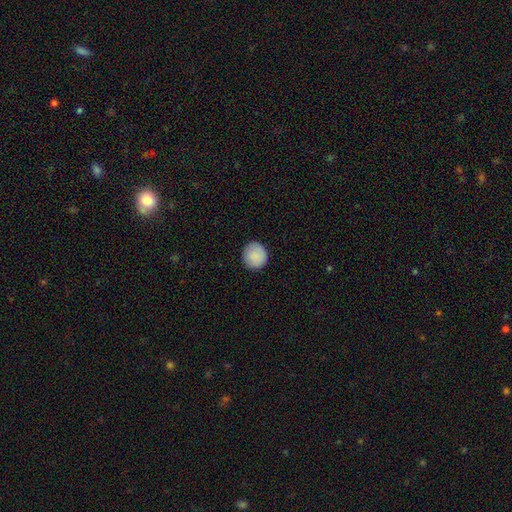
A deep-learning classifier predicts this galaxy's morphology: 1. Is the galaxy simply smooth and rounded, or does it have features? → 89% smooth, 7% star or artifact, 4% featured or disk.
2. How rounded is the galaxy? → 92% round, 7% in between, 1% cigar-shaped.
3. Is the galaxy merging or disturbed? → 89% none, 8% minor disturbance, 2% major disturbance, 1% merger.